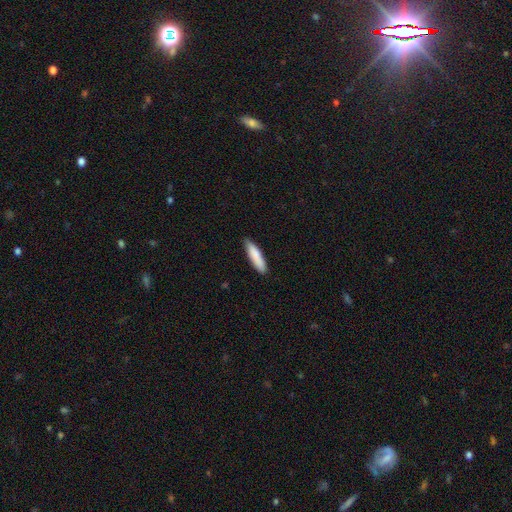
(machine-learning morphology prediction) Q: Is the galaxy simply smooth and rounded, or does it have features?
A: smooth — 86%.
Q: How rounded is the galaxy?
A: cigar-shaped — 75%.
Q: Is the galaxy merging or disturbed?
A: none — 85%.